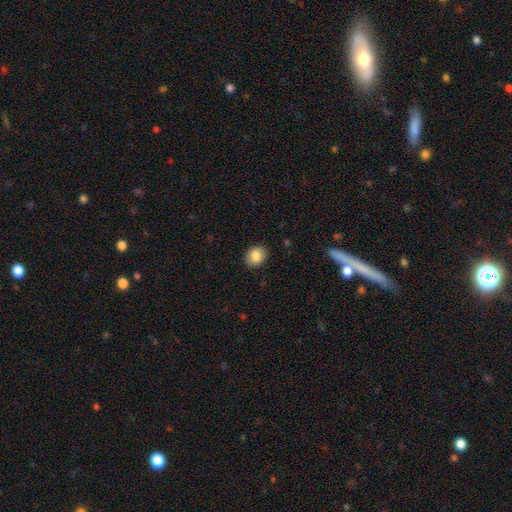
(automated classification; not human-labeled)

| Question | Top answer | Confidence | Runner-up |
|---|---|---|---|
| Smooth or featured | smooth | 87% | star or artifact (8%) |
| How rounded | in between | 50% | round (49%) |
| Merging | none | 88% | minor disturbance (9%) |